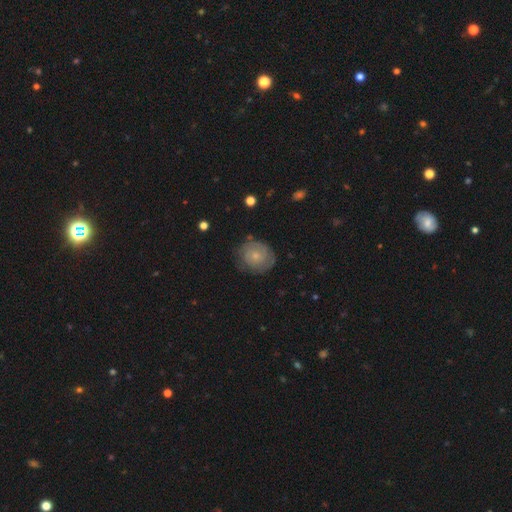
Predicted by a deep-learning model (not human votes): Smooth or featured: featured or disk — 50% (smooth — 42%)
Edge-on disk: no — 97% (yes — 3%)
Merging: none — 72% (minor disturbance — 20%)